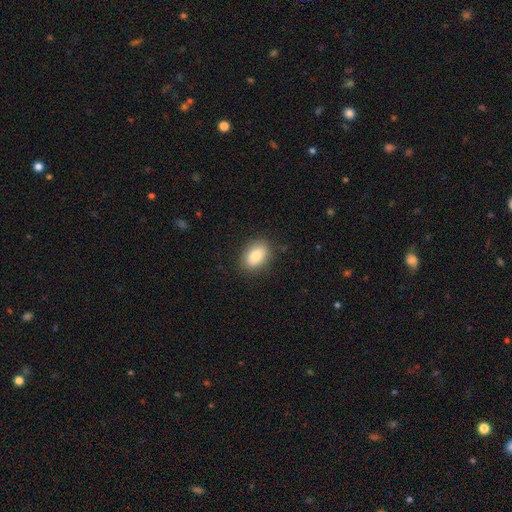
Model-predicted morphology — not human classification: The model was most divided on "how rounded": in between: 83%, round: 15%, cigar-shaped: 2%. More confident: merging — none (86%); smooth or featured — smooth (84%).